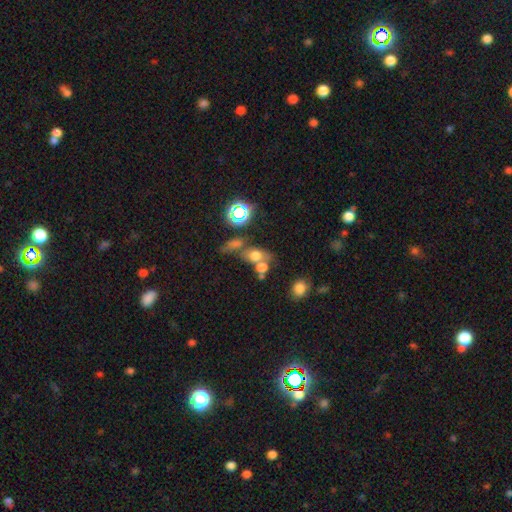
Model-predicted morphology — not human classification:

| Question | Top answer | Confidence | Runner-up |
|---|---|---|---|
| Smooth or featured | smooth | 62% | star or artifact (21%) |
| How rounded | in between | 52% | round (44%) |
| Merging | merger | 45% | none (35%) |